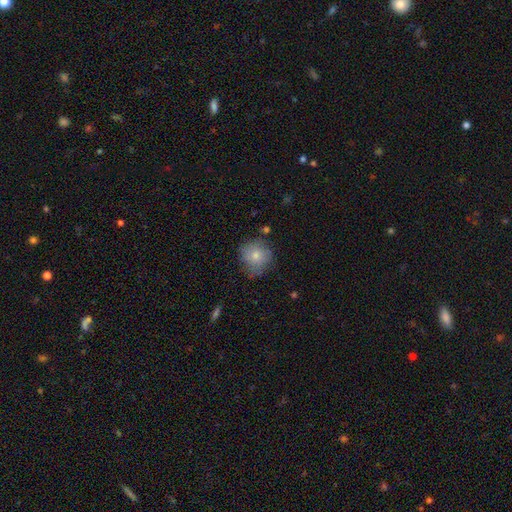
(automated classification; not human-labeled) The model was most divided on "merging": none: 61%, minor disturbance: 28%, major disturbance: 8%, merger: 3%. More confident: how rounded — round (86%); smooth or featured — smooth (75%).